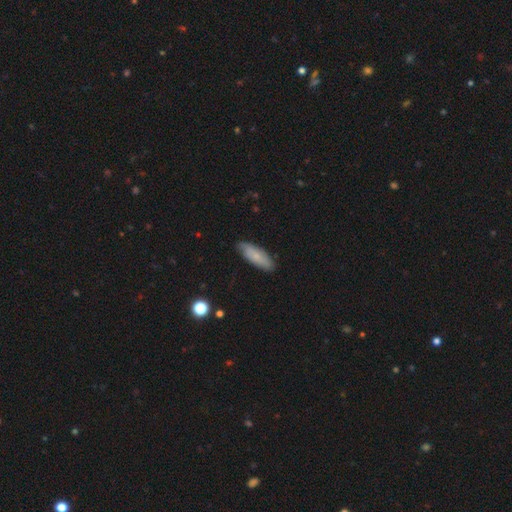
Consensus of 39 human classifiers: smooth 74%, featured or disk 23%, star or artifact 3%. Down the decision tree: how rounded — in between (55%); merging — none (92%).